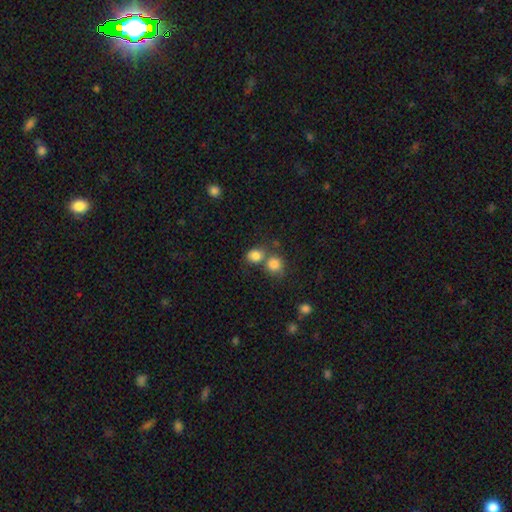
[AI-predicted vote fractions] Smooth or featured? Predicted: smooth (p=0.82). How rounded? Predicted: round (p=0.69). Merging? Predicted: none (p=0.46).